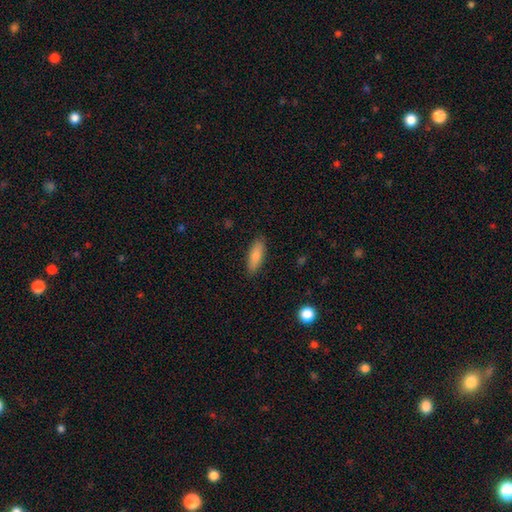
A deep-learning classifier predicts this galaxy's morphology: Smooth or featured?
  - smooth: 84% *
  - featured or disk: 10%
  - star or artifact: 6%
How rounded?
  - in between: 60% *
  - cigar-shaped: 38%
  - round: 2%
Merging?
  - none: 87% *
  - minor disturbance: 10%
  - major disturbance: 2%
  - merger: 1%